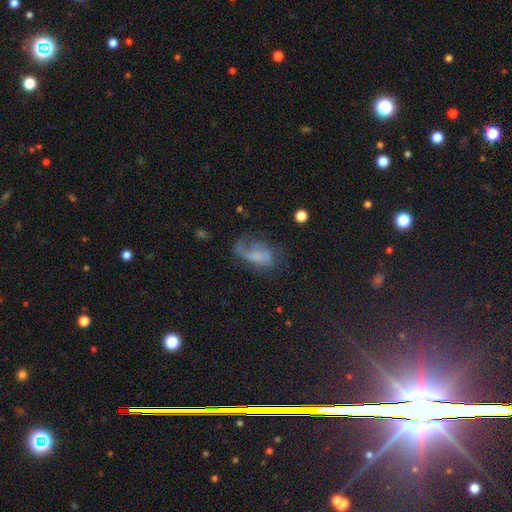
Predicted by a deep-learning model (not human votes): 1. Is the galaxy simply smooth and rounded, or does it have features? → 46% featured or disk, 37% smooth, 17% star or artifact.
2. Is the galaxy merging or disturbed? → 39% none, 32% major disturbance, 25% minor disturbance, 4% merger.